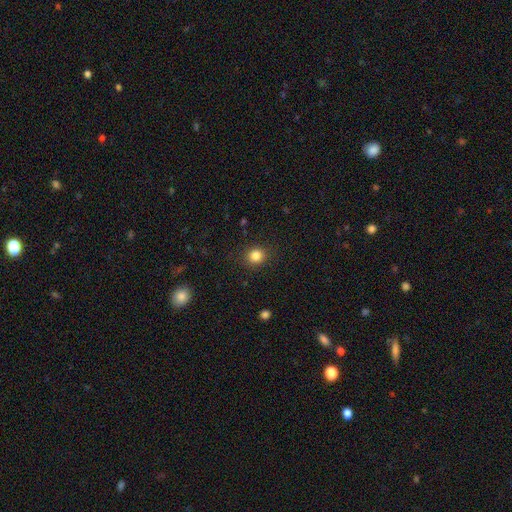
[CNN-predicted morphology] A smooth galaxy with no disk features (84%) that is round (84%). Merging: none (89%).